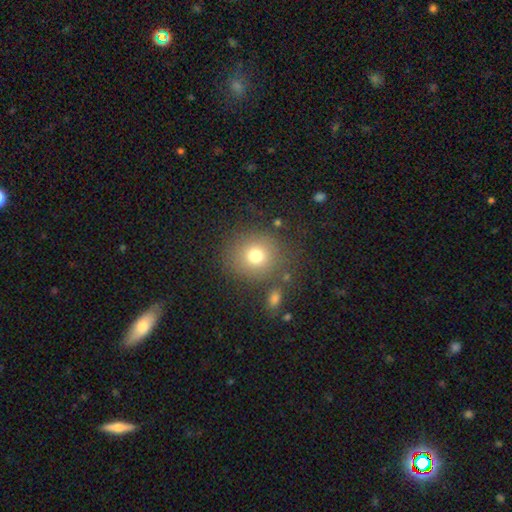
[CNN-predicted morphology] Smooth or featured: smooth — 74% (star or artifact — 14%)
How rounded: round — 87% (in between — 12%)
Merging: none — 80% (minor disturbance — 10%)